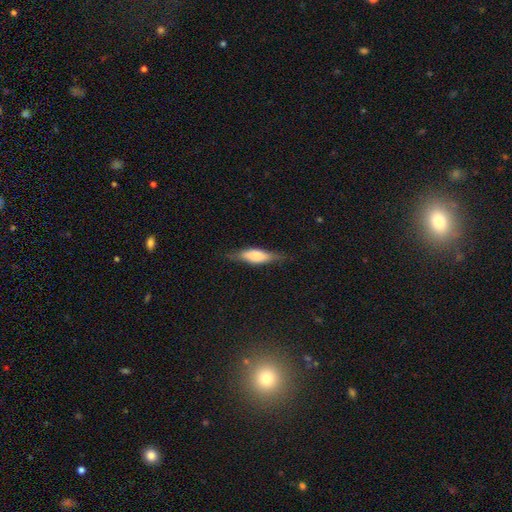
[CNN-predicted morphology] This appears to be a smooth galaxy with no disk features (58%) that is in between round and cigar-shaped (51%). Merging: none (74%).